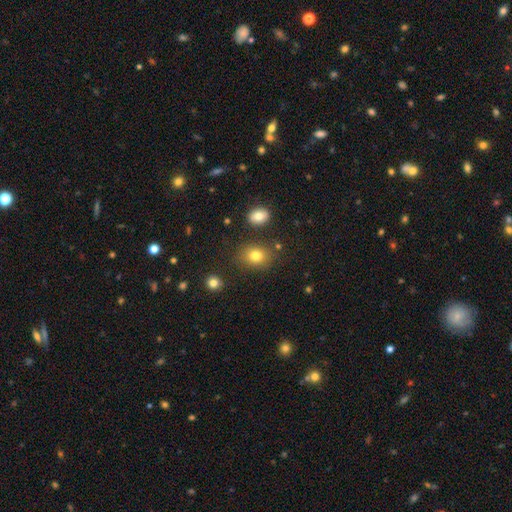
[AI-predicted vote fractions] smooth_or_featured: smooth (p=0.80) [alt: star or artifact p=0.12]
how_rounded: in between (p=0.55) [alt: round p=0.44]
merging: none (p=0.81) [alt: minor disturbance p=0.11]